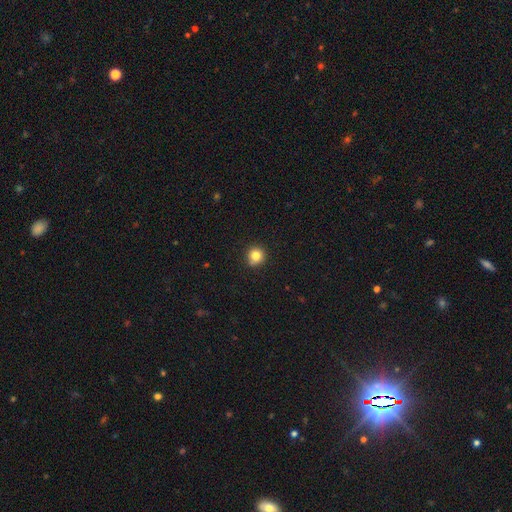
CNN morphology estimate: A smooth galaxy with no disk features (82%) that is round (94%). Merging: none (85%).